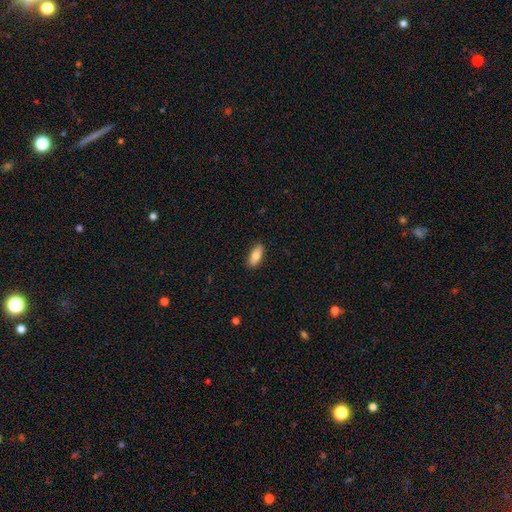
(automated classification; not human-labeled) smooth-or-featured: smooth: 79% | featured or disk: 15% | star or artifact: 6%
  how-rounded: in between: 75% | cigar-shaped: 23% | round: 2%
  merging: none: 89% | minor disturbance: 8% | major disturbance: 2% | merger: 1%